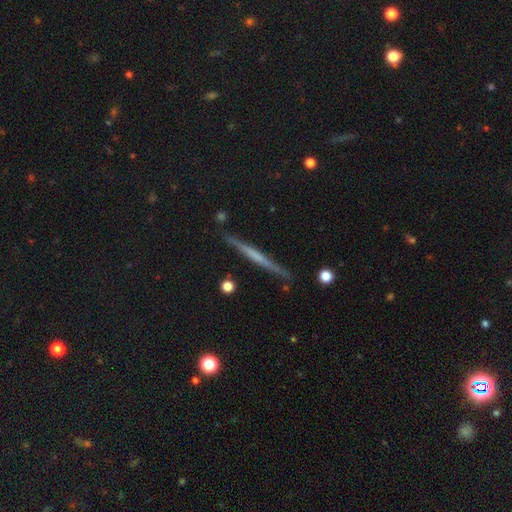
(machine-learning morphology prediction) Smooth or featured?
  - featured or disk: 62% *
  - smooth: 32%
  - star or artifact: 6%
Edge-on disk?
  - yes: 97% *
  - no: 3%
Edge-on bulge?
  - none: 73% *
  - rounded: 16%
  - boxy: 11%
Merging?
  - none: 88% *
  - minor disturbance: 9%
  - major disturbance: 2%
  - merger: 2%